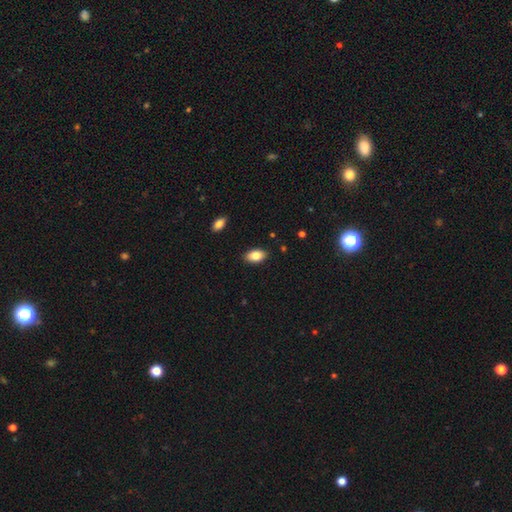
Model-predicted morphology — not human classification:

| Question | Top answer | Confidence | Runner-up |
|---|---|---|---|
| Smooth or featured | smooth | 84% | featured or disk (9%) |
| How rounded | in between | 93% | round (5%) |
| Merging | none | 88% | minor disturbance (9%) |